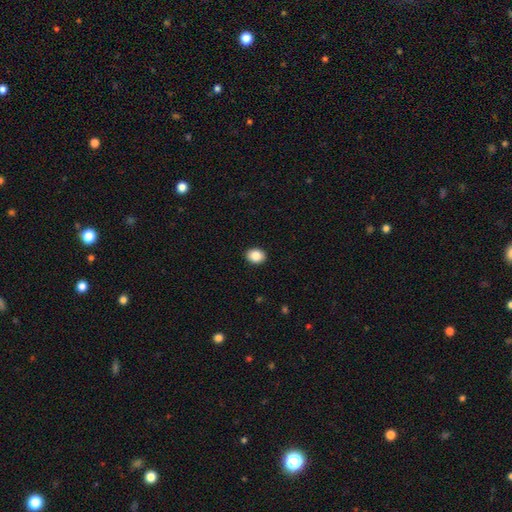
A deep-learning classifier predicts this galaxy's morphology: smooth 87%, star or artifact 8%, featured or disk 5%. Down the decision tree: how rounded — in between (55%); merging — none (91%).